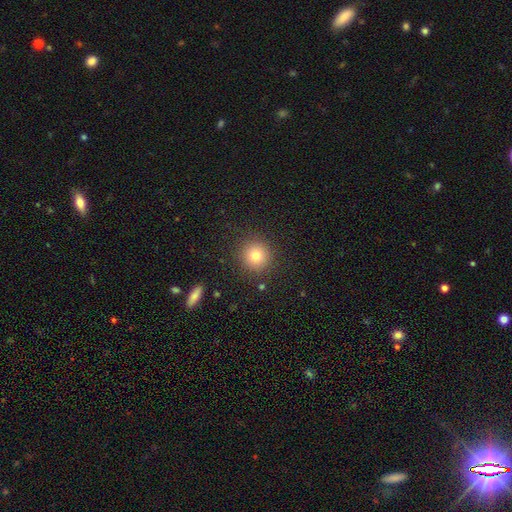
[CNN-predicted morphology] smooth-or-featured: smooth: 78% | star or artifact: 13% | featured or disk: 9%
  how-rounded: round: 93% | in between: 6% | cigar-shaped: 1%
  merging: none: 89% | minor disturbance: 7% | major disturbance: 3% | merger: 1%